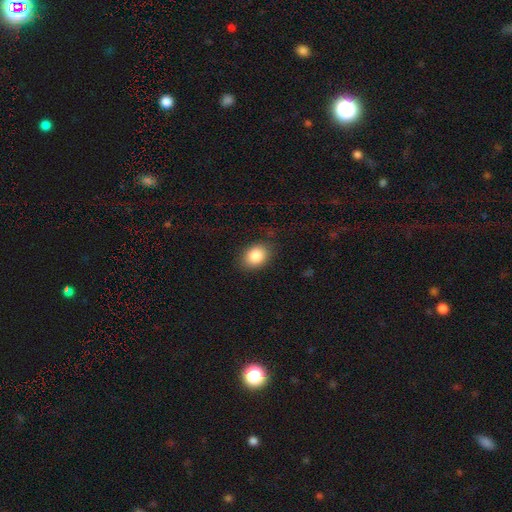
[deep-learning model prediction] smooth 86%, star or artifact 8%, featured or disk 6%. Down the decision tree: how rounded — in between (66%); merging — none (82%).